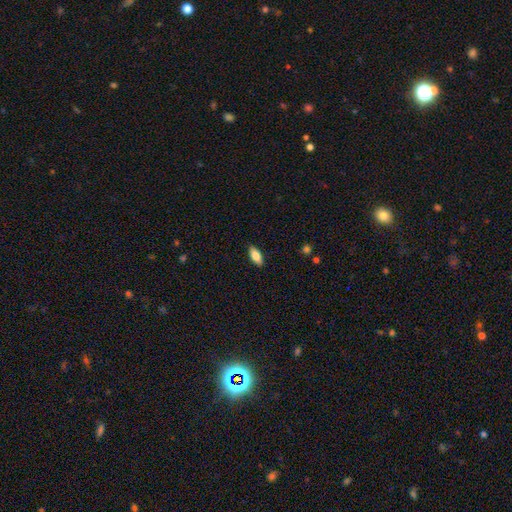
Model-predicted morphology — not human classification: smooth_or_featured: smooth (p=0.81) [alt: featured or disk p=0.12]
how_rounded: in between (p=0.83) [alt: cigar-shaped p=0.14]
merging: none (p=0.89) [alt: minor disturbance p=0.09]